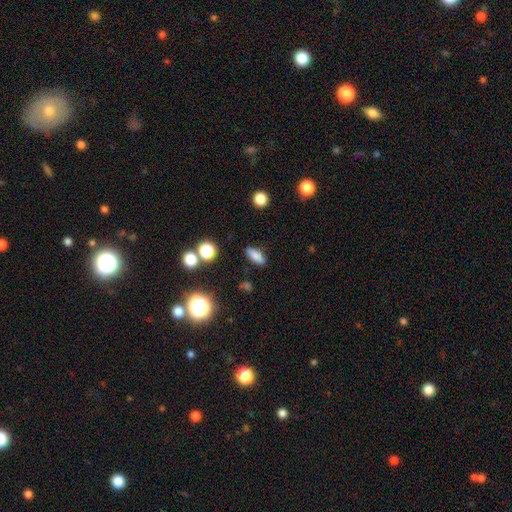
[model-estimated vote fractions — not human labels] Smooth or featured: smooth — 78% (star or artifact — 12%)
How rounded: in between — 69% (cigar-shaped — 25%)
Merging: none — 87% (minor disturbance — 9%)